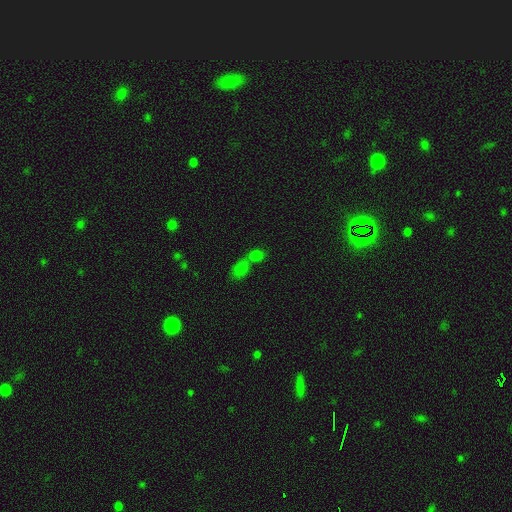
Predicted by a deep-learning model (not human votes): Overall: smooth (71%). How rounded: in between (53%; round 41%). Merging: merger (62%; none 28%).